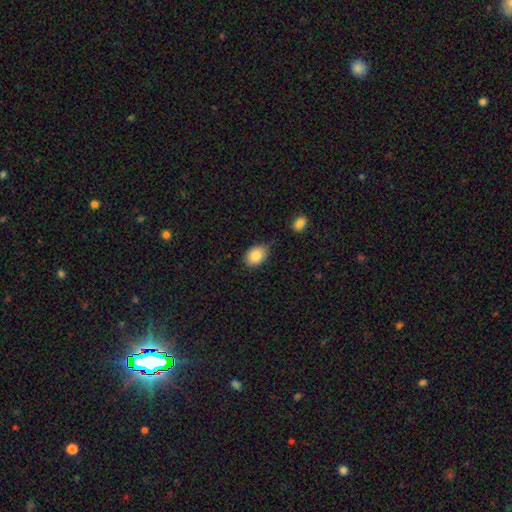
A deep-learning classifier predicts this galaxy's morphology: Smooth or featured? smooth (86%)
How rounded? in between (80%)
Merging? none (75%)